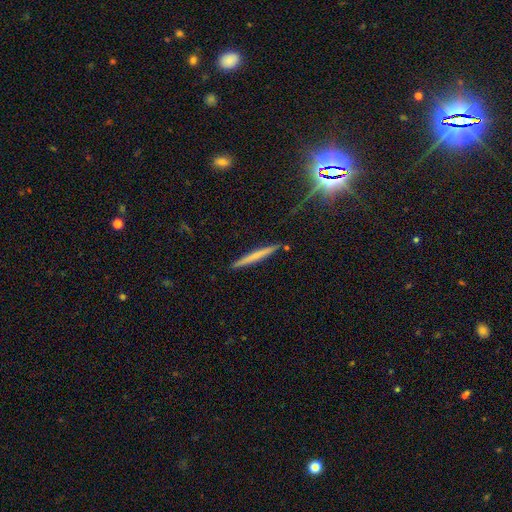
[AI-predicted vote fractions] Morphology: type=smooth (55%); roundness=cigar-shaped (96%); merging=none (90%).